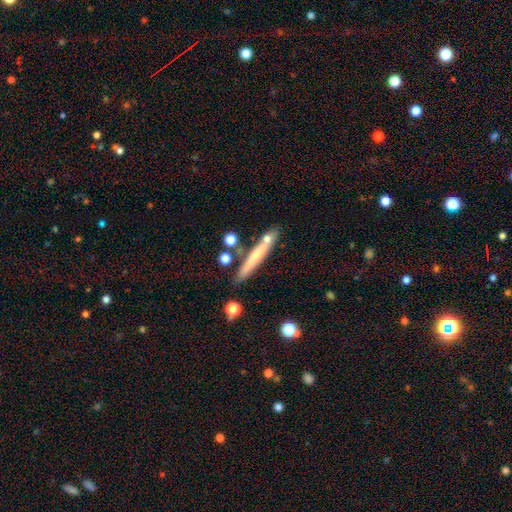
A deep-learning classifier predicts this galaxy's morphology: This appears to be a smooth galaxy with no disk features (52%) that is cigar-shaped (94%). Merging: none (74%).